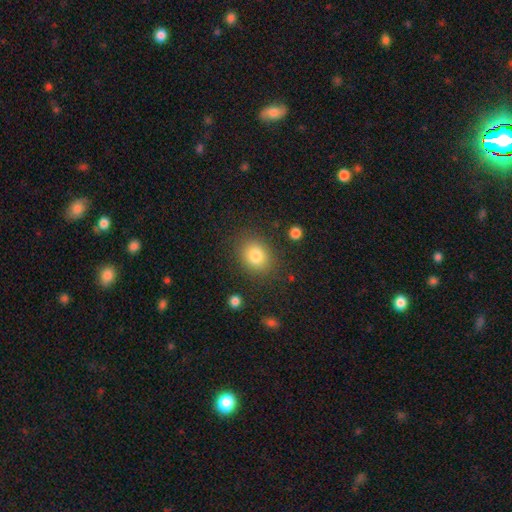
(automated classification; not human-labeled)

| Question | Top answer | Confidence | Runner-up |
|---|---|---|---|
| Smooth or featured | smooth | 82% | star or artifact (10%) |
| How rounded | round | 54% | in between (45%) |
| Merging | none | 83% | minor disturbance (10%) |